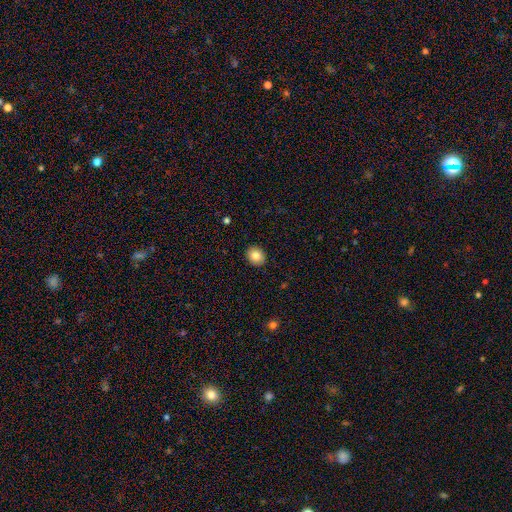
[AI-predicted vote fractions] A smooth galaxy with no disk features (84%) that is round (63%).

Vote fractions:
- Smooth or featured? smooth: 84% / star or artifact: 9% / featured or disk: 7%
- How rounded? round: 63% / in between: 37% / cigar-shaped: 1%
- Merging? none: 91% / minor disturbance: 6% / major disturbance: 2% / merger: 1%